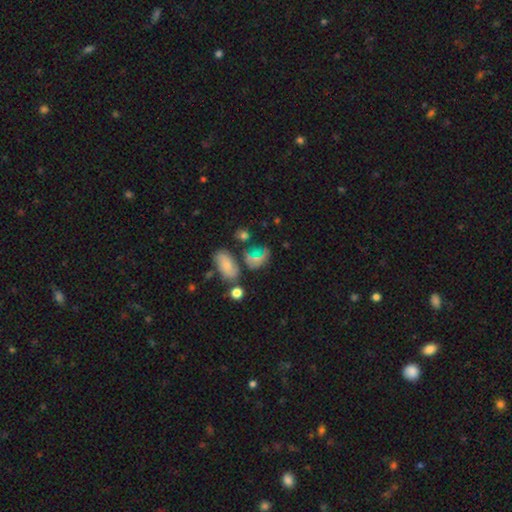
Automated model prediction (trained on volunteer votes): Overall: smooth (55%; featured or disk 25%). How rounded: in between (55%; round 42%). Merging: none (48%; minor disturbance 20%).